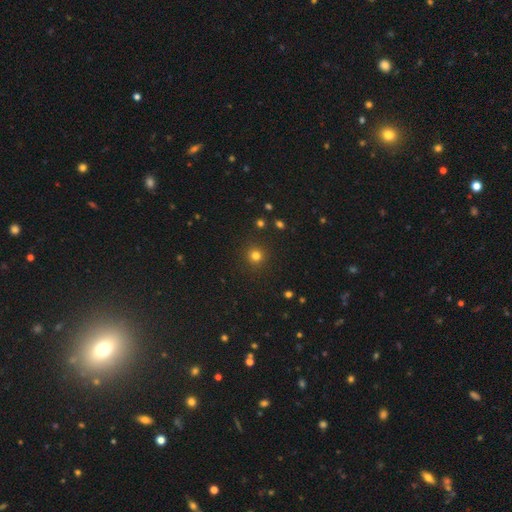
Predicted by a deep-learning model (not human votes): Smooth or featured: smooth — 78% (star or artifact — 17%)
How rounded: round — 94% (in between — 5%)
Merging: none — 91% (minor disturbance — 5%)